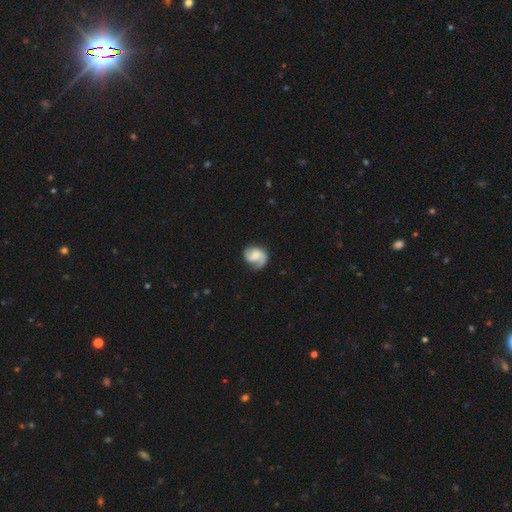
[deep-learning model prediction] Smooth or featured? Predicted: featured or disk (p=0.78). Edge-on disk? Predicted: no (p=0.98). Bar? Predicted: no (p=0.47). Spiral arms? Predicted: yes (p=0.96). Spiral winding? Predicted: medium (p=0.48). Spiral arm count? Predicted: 2 (p=0.76). Bulge size? Predicted: small (p=0.40). Merging? Predicted: none (p=0.70).